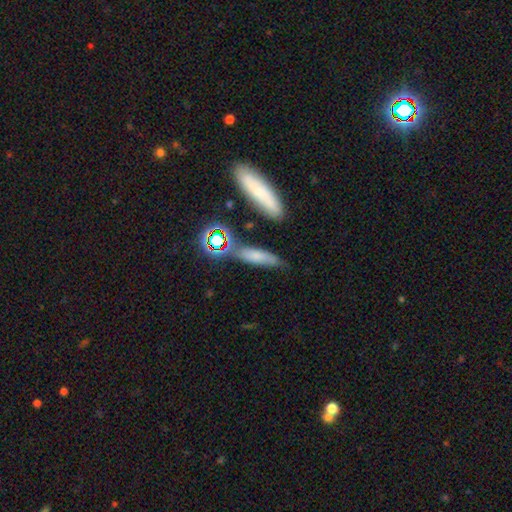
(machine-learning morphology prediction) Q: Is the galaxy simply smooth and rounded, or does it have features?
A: smooth — 63%.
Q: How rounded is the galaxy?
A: cigar-shaped — 63%.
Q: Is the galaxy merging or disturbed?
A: none — 66%.